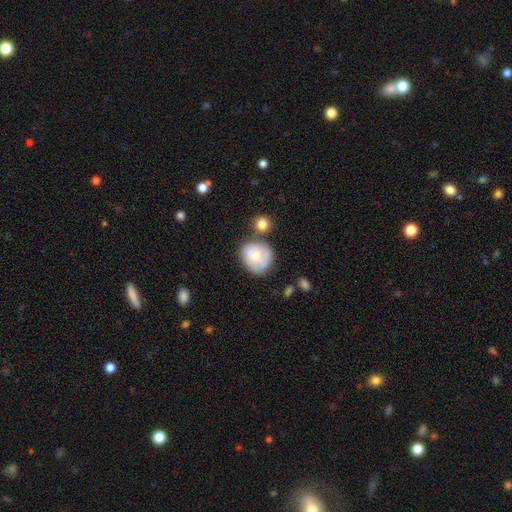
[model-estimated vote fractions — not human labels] This is likely a smooth galaxy (63%). How rounded: likely round (76%). Merging: possibly none (50%).